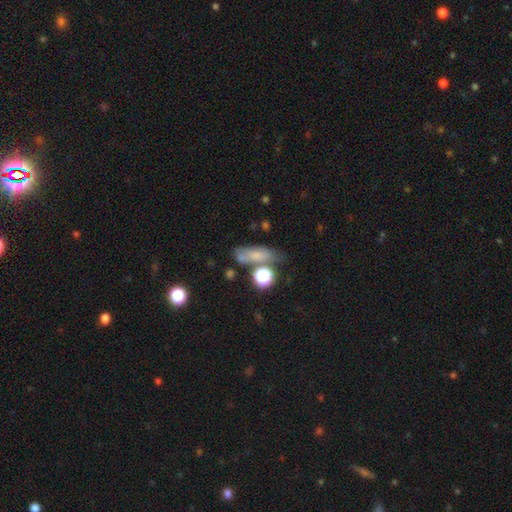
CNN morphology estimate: The model was most divided on "how rounded": in between: 52%, cigar-shaped: 31%, round: 17%. Remaining: smooth or featured — smooth (64%); merging — none (49%).